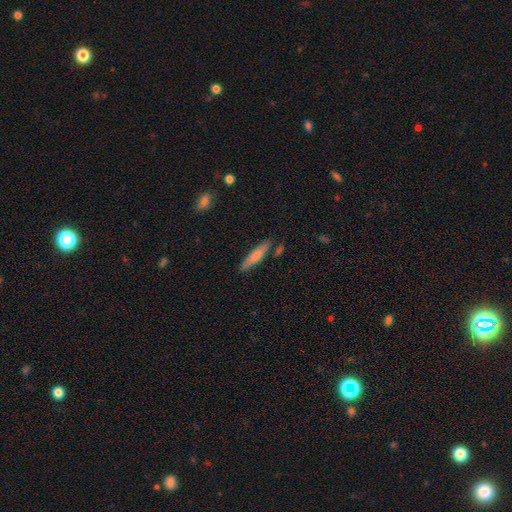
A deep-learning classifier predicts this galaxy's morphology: Q: Smooth or featured?
A: smooth (74%); runner-up: featured or disk (20%)
Q: How rounded?
A: cigar-shaped (84%); runner-up: in between (14%)
Q: Merging?
A: none (83%); runner-up: minor disturbance (11%)